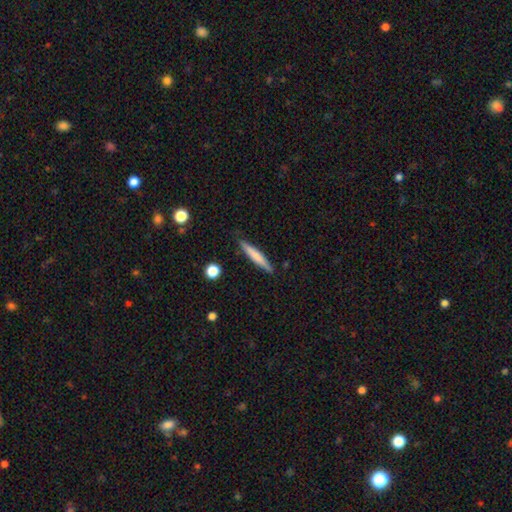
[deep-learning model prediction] A smooth galaxy with no disk features (67%) that is cigar-shaped (93%). Merging: none (85%).